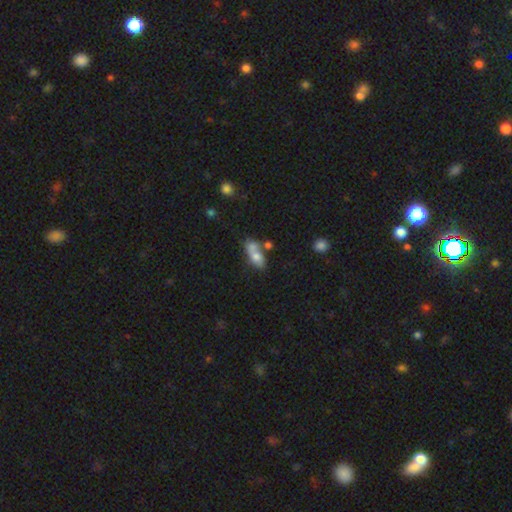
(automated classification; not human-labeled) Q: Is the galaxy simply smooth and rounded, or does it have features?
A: smooth — 64%.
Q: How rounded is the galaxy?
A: in between — 73%.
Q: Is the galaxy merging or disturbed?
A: merger — 49%.